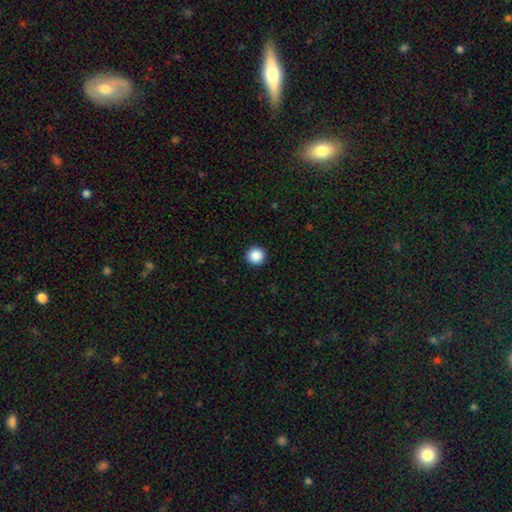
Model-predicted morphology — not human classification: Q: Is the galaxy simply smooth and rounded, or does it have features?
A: smooth — 88%.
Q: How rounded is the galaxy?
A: round — 96%.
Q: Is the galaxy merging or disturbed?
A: none — 93%.